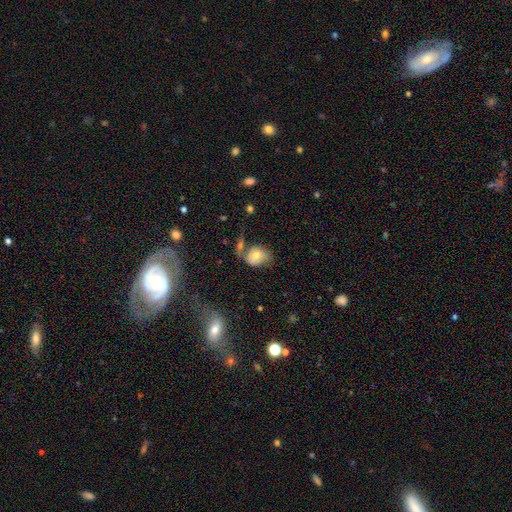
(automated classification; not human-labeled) Q: Smooth or featured?
A: smooth (60%); runner-up: featured or disk (31%)
Q: How rounded?
A: in between (55%); runner-up: round (43%)
Q: Merging?
A: none (35%); runner-up: merger (28%)